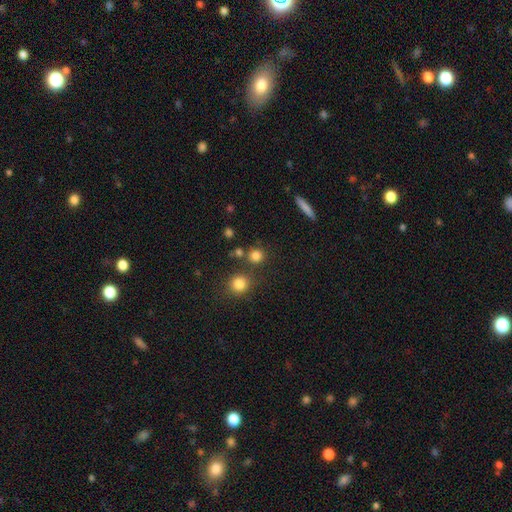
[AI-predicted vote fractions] This appears to be a smooth galaxy with no disk features (81%) that is round (88%). Merging: none (75%).